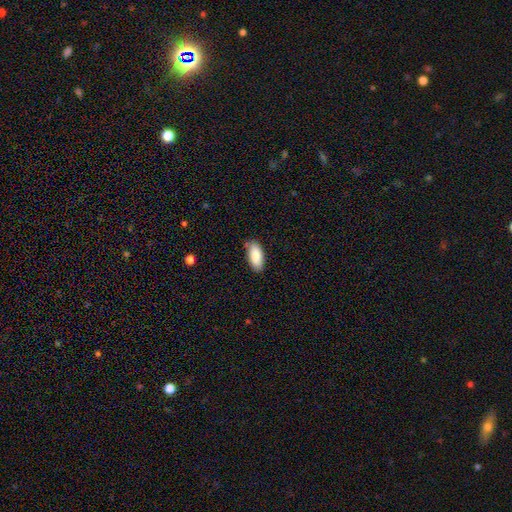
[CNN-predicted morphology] smooth-or-featured: smooth: 86% | featured or disk: 8% | star or artifact: 6%
  how-rounded: in between: 88% | cigar-shaped: 10% | round: 2%
  merging: none: 78% | minor disturbance: 17% | major disturbance: 3% | merger: 2%